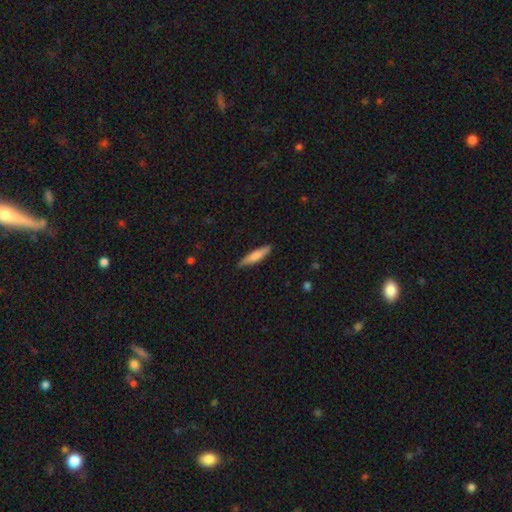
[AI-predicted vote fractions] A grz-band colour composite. It shows a smooth galaxy with no disk features (72%) that is cigar-shaped (85%). Merging: none (85%).